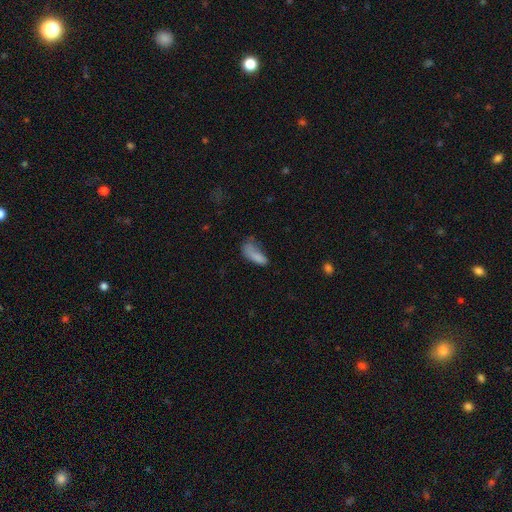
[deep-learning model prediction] smooth-or-featured: smooth: 79% | featured or disk: 11% | star or artifact: 9%
  how-rounded: in between: 70% | cigar-shaped: 27% | round: 3%
  merging: none: 32% | major disturbance: 31% | minor disturbance: 29% | merger: 8%